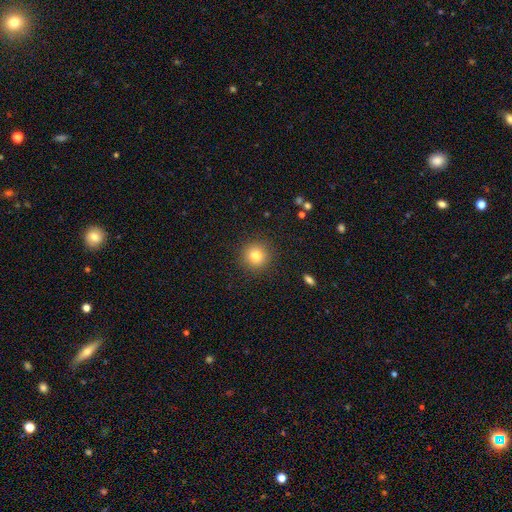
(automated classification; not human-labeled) The model was most divided on "smooth or featured": smooth: 80%, star or artifact: 12%, featured or disk: 8%. More confident: how rounded — round (94%); merging — none (90%).